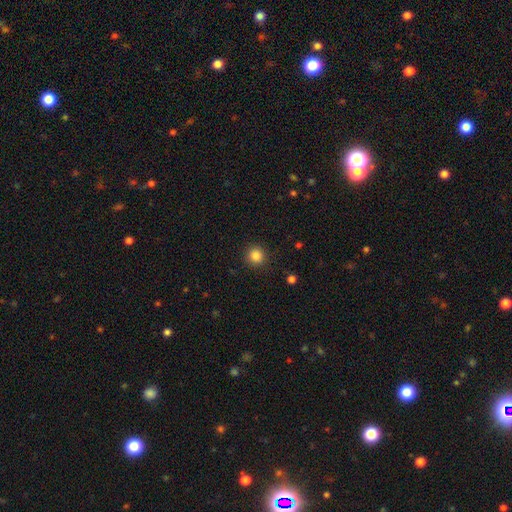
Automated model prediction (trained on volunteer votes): A smooth galaxy with no disk features (85%) that is round (94%).

Vote fractions:
- Smooth or featured? smooth: 85% / star or artifact: 11% / featured or disk: 4%
- How rounded? round: 94% / in between: 5% / cigar-shaped: 1%
- Merging? none: 91% / minor disturbance: 6% / major disturbance: 2% / merger: 1%